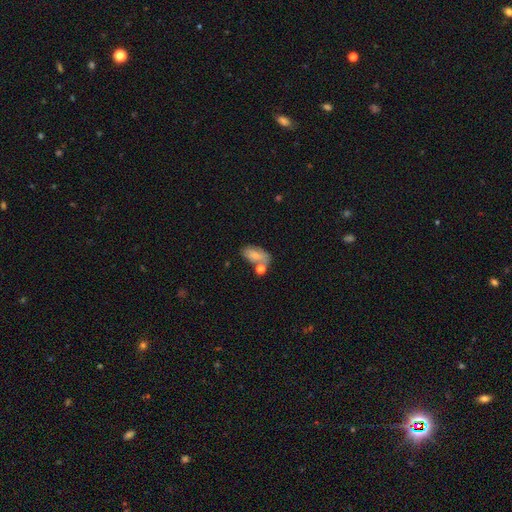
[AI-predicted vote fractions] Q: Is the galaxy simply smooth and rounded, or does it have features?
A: smooth — 78%.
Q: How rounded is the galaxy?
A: in between — 90%.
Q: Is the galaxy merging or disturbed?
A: none — 50%.